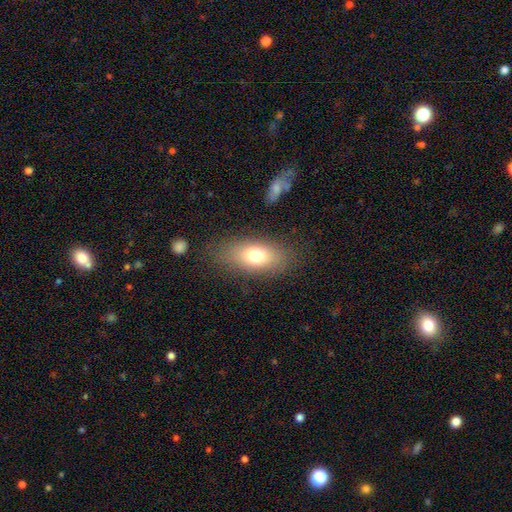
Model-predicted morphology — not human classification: smooth-or-featured: smooth: 73% | featured or disk: 17% | star or artifact: 10%
  how-rounded: in between: 86% | round: 10% | cigar-shaped: 5%
  merging: none: 78% | minor disturbance: 13% | major disturbance: 6% | merger: 2%